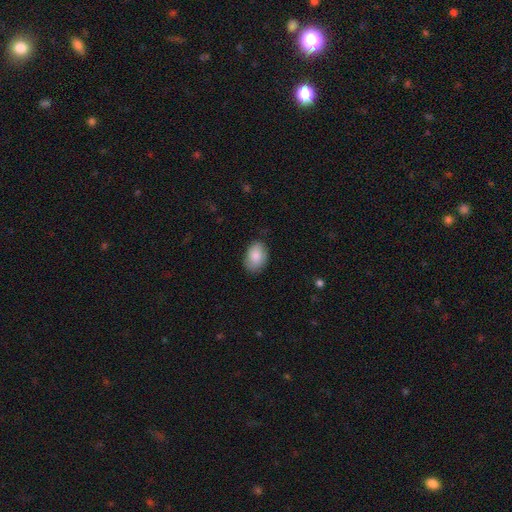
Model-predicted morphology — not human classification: Q: Smooth or featured?
A: smooth (86%); runner-up: featured or disk (8%)
Q: How rounded?
A: in between (82%); runner-up: round (17%)
Q: Merging?
A: none (78%); runner-up: minor disturbance (18%)